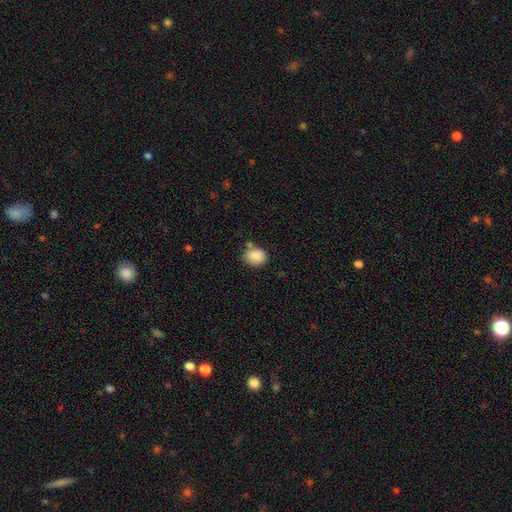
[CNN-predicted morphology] This appears to be a smooth galaxy with no disk features (87%) that is round (60%). Merging: none (68%).